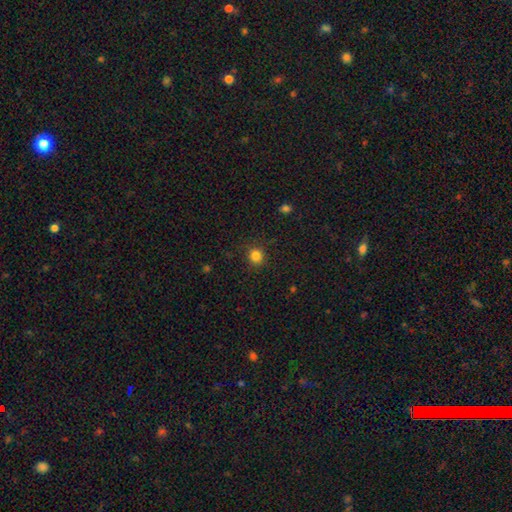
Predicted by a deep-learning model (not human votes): Smooth or featured? Predicted: smooth (p=0.83). How rounded? Predicted: round (p=0.89). Merging? Predicted: none (p=0.88).